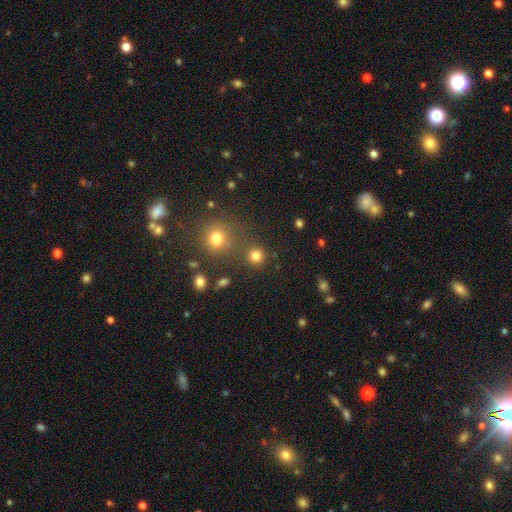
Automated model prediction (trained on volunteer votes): Smooth or featured? Predicted: smooth (p=0.80). How rounded? Predicted: round (p=0.92). Merging? Predicted: none (p=0.79).